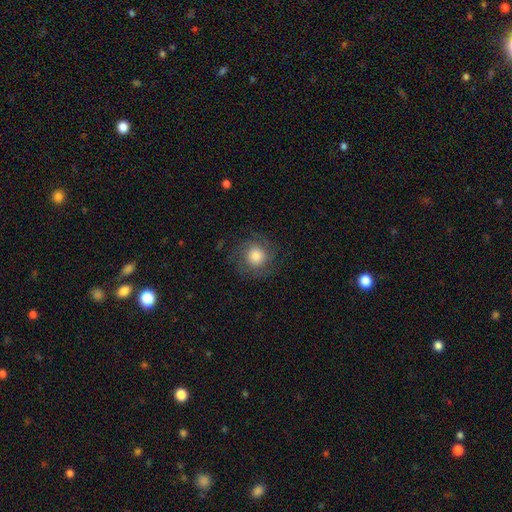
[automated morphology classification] A smooth galaxy with no disk features (60%) that is round (92%). Merging: none (79%).